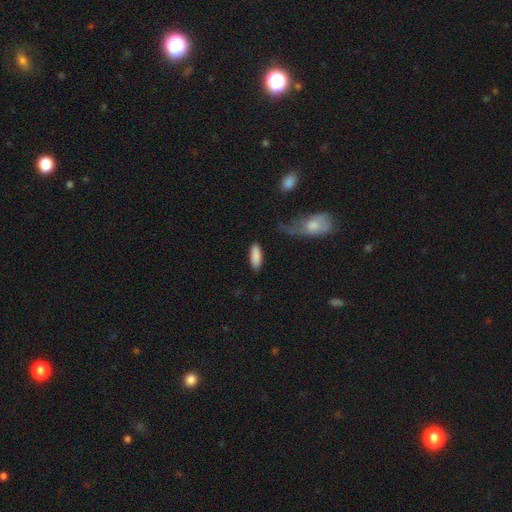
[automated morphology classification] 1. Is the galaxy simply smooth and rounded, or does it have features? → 88% smooth, 6% featured or disk, 6% star or artifact.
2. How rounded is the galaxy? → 68% in between, 30% cigar-shaped, 2% round.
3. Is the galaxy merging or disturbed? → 82% none, 12% minor disturbance, 3% major disturbance, 3% merger.